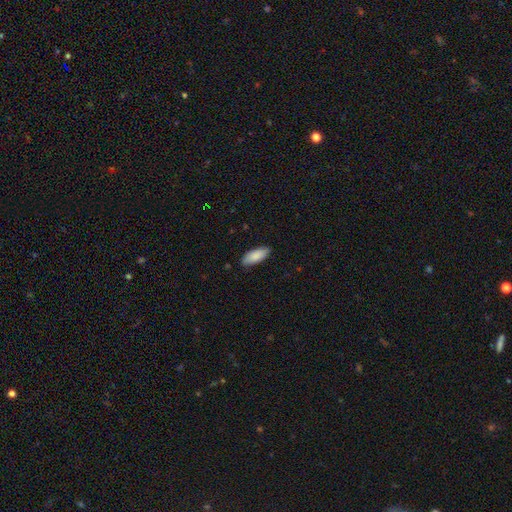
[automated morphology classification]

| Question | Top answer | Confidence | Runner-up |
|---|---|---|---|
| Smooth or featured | smooth | 88% | featured or disk (7%) |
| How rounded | in between | 79% | cigar-shaped (20%) |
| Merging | none | 86% | minor disturbance (11%) |